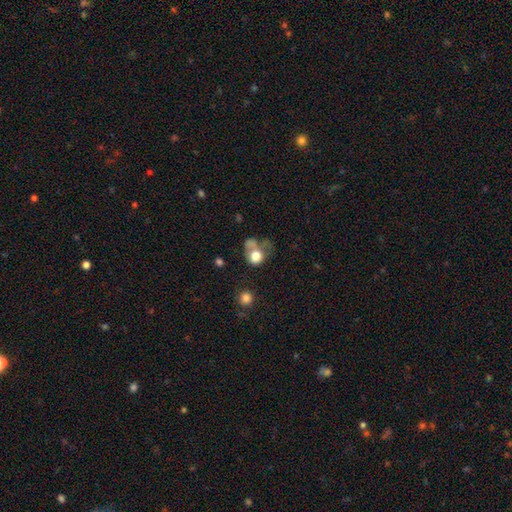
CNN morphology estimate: A smooth galaxy with no disk features (71%) that is round (62%).

Vote fractions:
- Smooth or featured? smooth: 71% / featured or disk: 18% / star or artifact: 11%
- How rounded? round: 62% / in between: 37% / cigar-shaped: 1%
- Merging? merger: 32% / major disturbance: 26% / none: 25% / minor disturbance: 16%